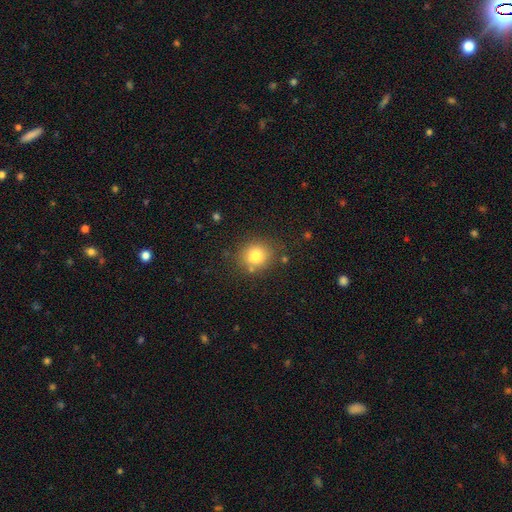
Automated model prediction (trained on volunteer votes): Smooth or featured: smooth — 80% (star or artifact — 11%)
How rounded: round — 79% (in between — 20%)
Merging: none — 80% (minor disturbance — 12%)